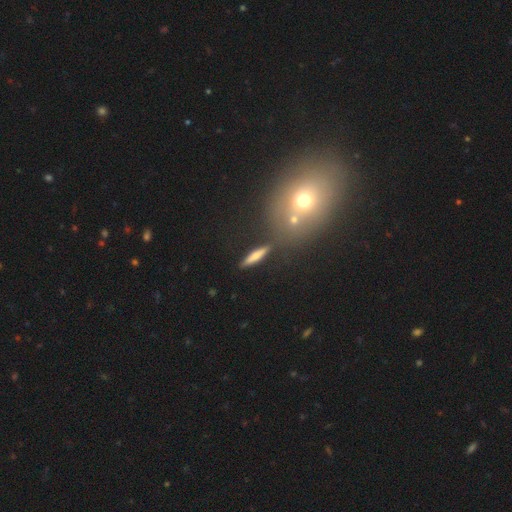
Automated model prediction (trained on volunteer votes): Smooth or featured? smooth (64%)
How rounded? cigar-shaped (84%)
Merging? none (85%)